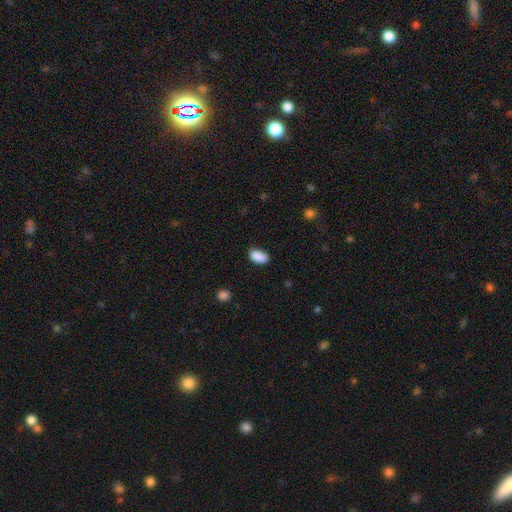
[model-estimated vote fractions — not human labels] This is clearly a smooth galaxy (89%). How rounded: clearly in between (93%). Merging: likely none (76%).